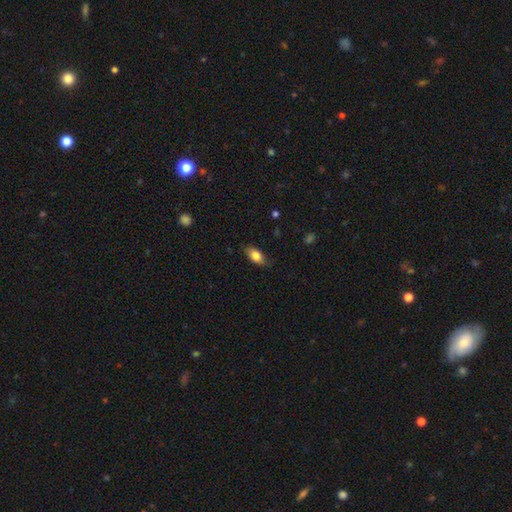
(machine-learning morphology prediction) smooth 82%, featured or disk 10%, star or artifact 7%. Down the decision tree: how rounded — in between (88%); merging — none (80%).